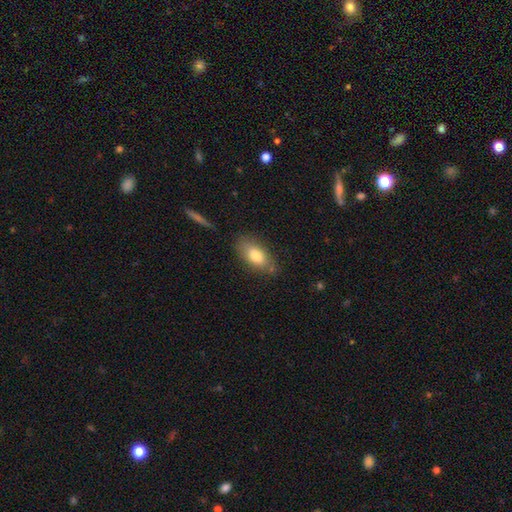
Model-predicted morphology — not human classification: smooth-or-featured: smooth: 78% | featured or disk: 15% | star or artifact: 7%
  how-rounded: in between: 88% | cigar-shaped: 7% | round: 5%
  merging: none: 76% | minor disturbance: 16% | major disturbance: 4% | merger: 4%